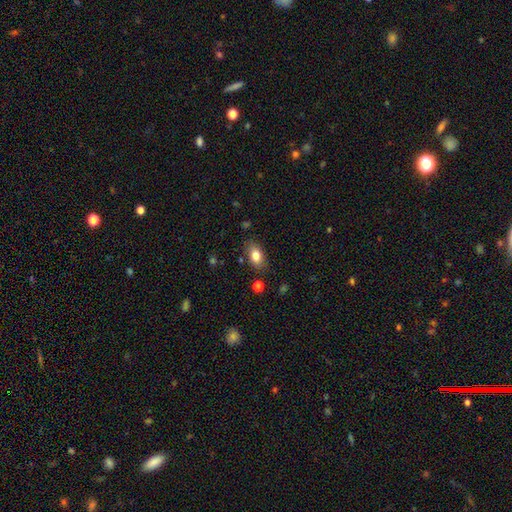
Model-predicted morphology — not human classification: Smooth or featured?
  - smooth: 81% *
  - featured or disk: 11%
  - star or artifact: 8%
How rounded?
  - in between: 88% *
  - round: 10%
  - cigar-shaped: 3%
Merging?
  - none: 81% *
  - minor disturbance: 13%
  - major disturbance: 3%
  - merger: 2%